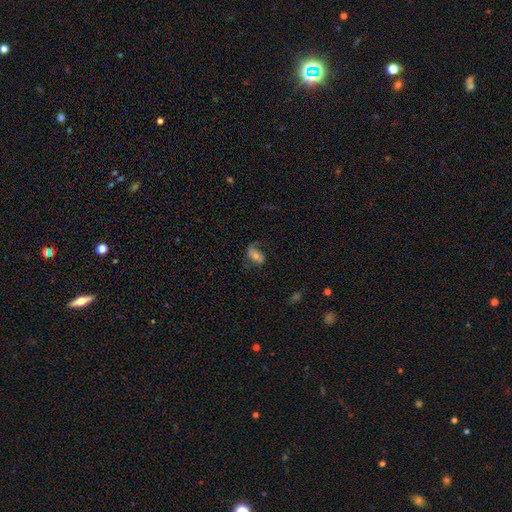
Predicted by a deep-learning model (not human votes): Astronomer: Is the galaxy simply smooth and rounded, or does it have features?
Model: featured or disk — 58%.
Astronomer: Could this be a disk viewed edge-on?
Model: no — 95%.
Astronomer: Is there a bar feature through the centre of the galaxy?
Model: no — 46% (runner-up: weak, 31%).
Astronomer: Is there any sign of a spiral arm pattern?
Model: yes — 83%.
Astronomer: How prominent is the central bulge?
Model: moderate — 58% (runner-up: small, 33%).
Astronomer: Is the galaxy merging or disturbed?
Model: none — 51%.